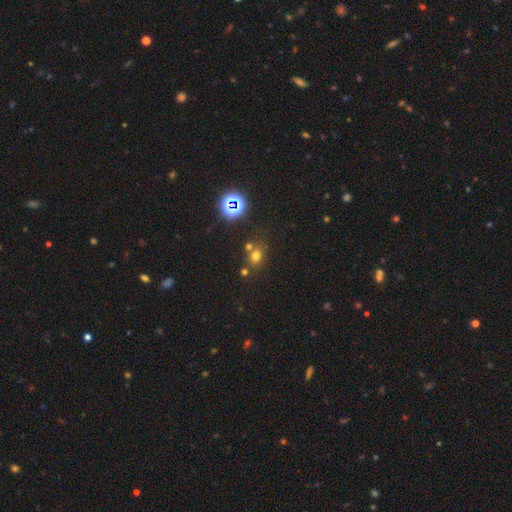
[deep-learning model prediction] Morphology: type=smooth (62%); roundness=round (60%); merging=none (63%).